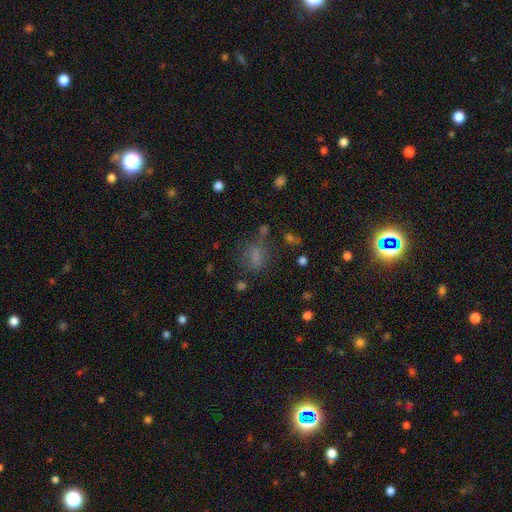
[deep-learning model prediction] Q: Smooth or featured?
A: smooth (68%); runner-up: star or artifact (20%)
Q: How rounded?
A: in between (60%); runner-up: round (34%)
Q: Merging?
A: none (63%); runner-up: minor disturbance (18%)